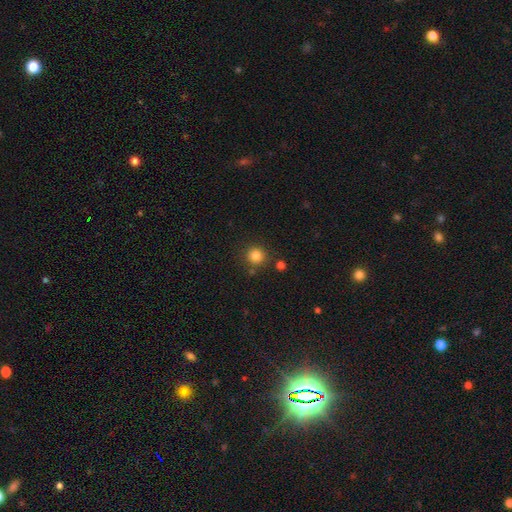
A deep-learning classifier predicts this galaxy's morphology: Smooth or featured? smooth (84%)
How rounded? round (93%)
Merging? none (84%)